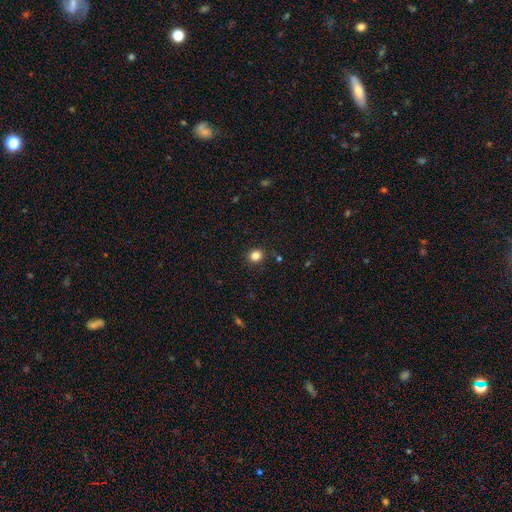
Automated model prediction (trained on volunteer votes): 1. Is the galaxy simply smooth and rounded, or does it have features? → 83% smooth, 12% star or artifact, 5% featured or disk.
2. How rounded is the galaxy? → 85% round, 14% in between, 1% cigar-shaped.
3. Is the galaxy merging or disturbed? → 89% none, 7% minor disturbance, 2% major disturbance, 2% merger.